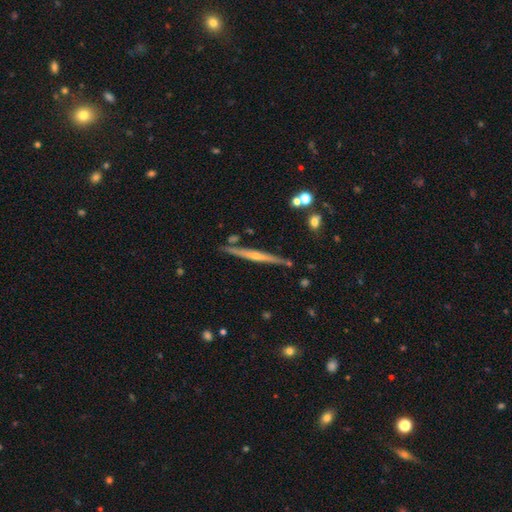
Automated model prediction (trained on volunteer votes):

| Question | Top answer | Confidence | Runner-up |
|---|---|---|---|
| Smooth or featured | featured or disk | 75% | smooth (16%) |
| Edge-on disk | yes | 96% | no (4%) |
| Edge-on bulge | rounded | 71% | none (21%) |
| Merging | none | 83% | minor disturbance (10%) |